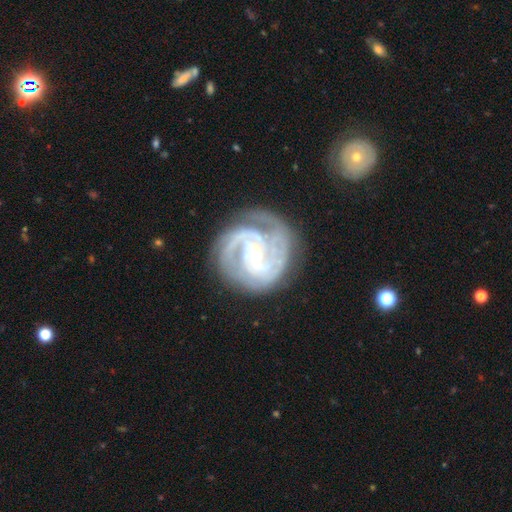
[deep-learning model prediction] Q: Smooth or featured?
A: featured or disk (89%); runner-up: smooth (5%)
Q: Edge-on disk?
A: no (98%); runner-up: yes (2%)
Q: Bar?
A: weak (44%); runner-up: no (36%)
Q: Spiral arms?
A: yes (97%); runner-up: no (3%)
Q: Spiral winding?
A: tight (66%); runner-up: medium (29%)
Q: Spiral arm count?
A: 2 (33%); runner-up: 3 (29%)
Q: Bulge size?
A: small (66%); runner-up: moderate (30%)
Q: Merging?
A: none (69%); runner-up: minor disturbance (19%)